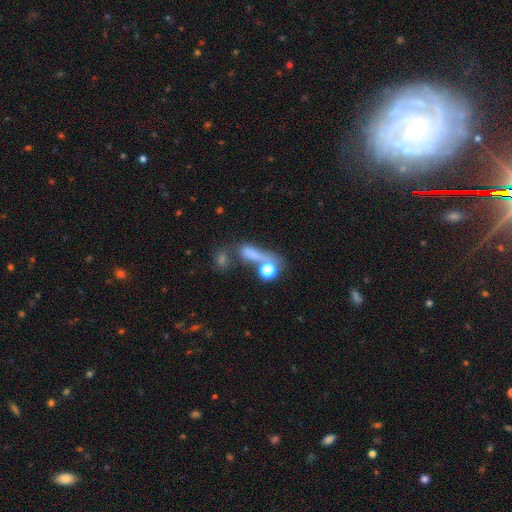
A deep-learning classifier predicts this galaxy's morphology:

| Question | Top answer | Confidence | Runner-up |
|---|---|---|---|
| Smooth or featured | smooth | 58% | star or artifact (24%) |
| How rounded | in between | 40% | cigar-shaped (32%) |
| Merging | none | 37% | merger (31%) |